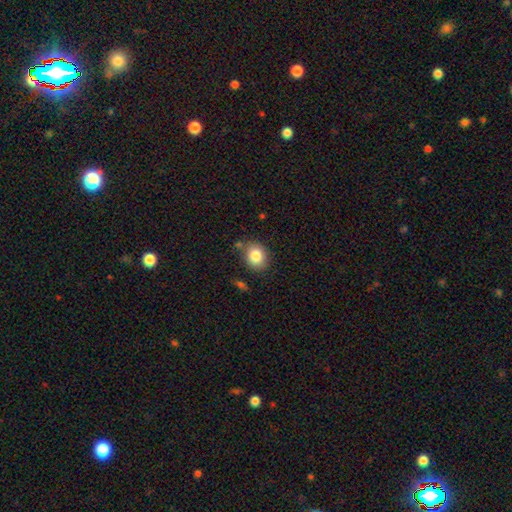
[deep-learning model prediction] Smooth or featured?
  - smooth: 84% *
  - star or artifact: 9%
  - featured or disk: 7%
How rounded?
  - round: 61% *
  - in between: 38%
  - cigar-shaped: 1%
Merging?
  - none: 78% *
  - minor disturbance: 13%
  - merger: 5%
  - major disturbance: 4%